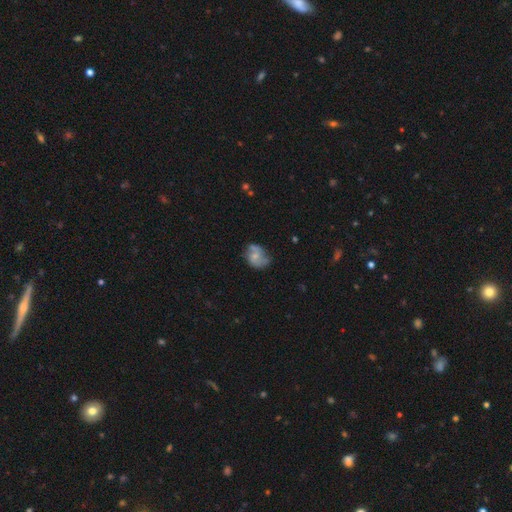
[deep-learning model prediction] smooth-or-featured: featured or disk: 53% | smooth: 38% | star or artifact: 8%
  disk-edge-on: no: 97% | yes: 3%
    bar: no: 68% | weak: 27% | strong: 5%
    has-spiral-arms: yes: 76% | no: 24%
    bulge-size: small: 53% | moderate: 33% | none: 11% | large: 2% | dominant: 1%
  merging: none: 52% | minor disturbance: 29% | major disturbance: 13% | merger: 6%